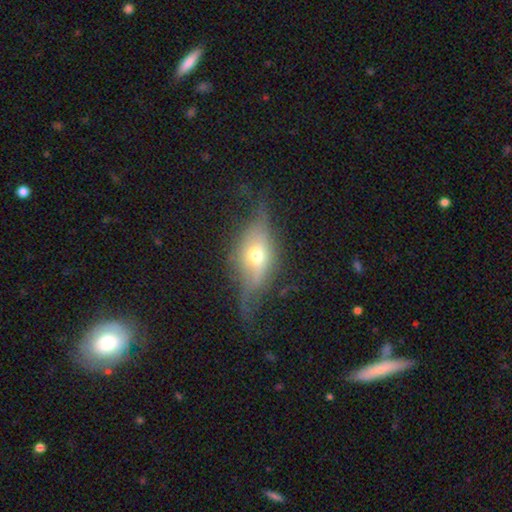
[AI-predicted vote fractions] Smooth or featured?
  - featured or disk: 65% *
  - smooth: 26%
  - star or artifact: 9%
Edge-on disk?
  - yes: 69% *
  - no: 31%
Merging?
  - none: 53% *
  - minor disturbance: 25%
  - major disturbance: 20%
  - merger: 2%